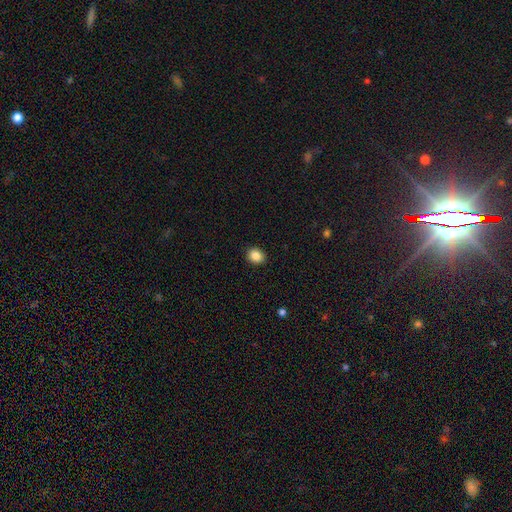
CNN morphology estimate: type=smooth (87%); roundness=round (66%); merging=none (91%).